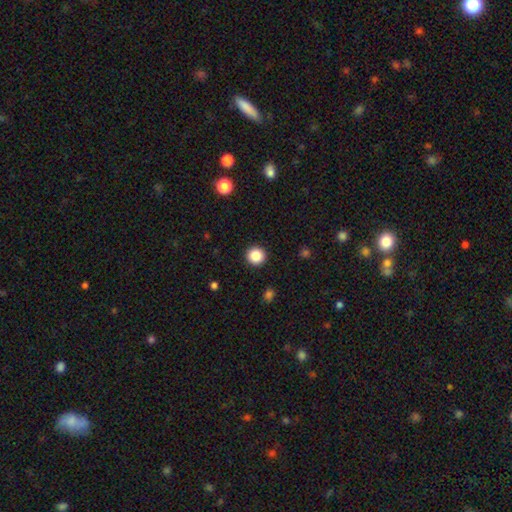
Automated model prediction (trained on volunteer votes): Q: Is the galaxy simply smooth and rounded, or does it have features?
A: smooth — 86%.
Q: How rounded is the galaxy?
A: round — 96%.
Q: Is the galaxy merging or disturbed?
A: none — 93%.